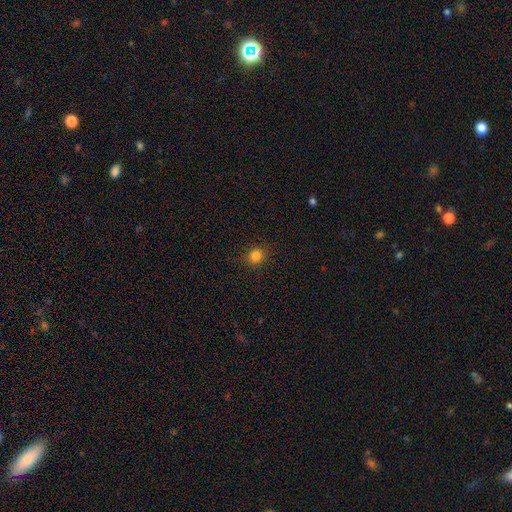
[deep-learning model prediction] Overall: smooth (82%). How rounded: round (85%). Merging: none (89%).